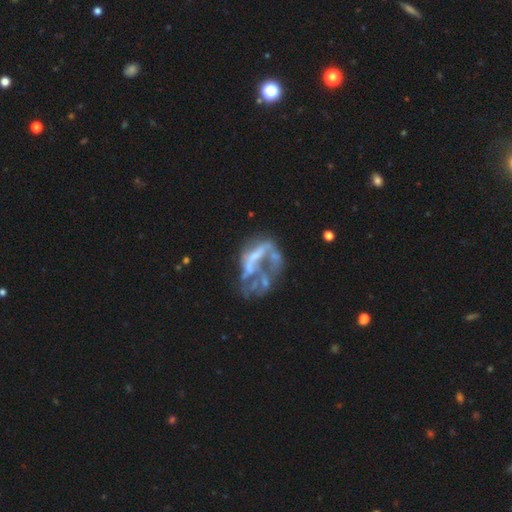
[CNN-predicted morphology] Smooth or featured? featured or disk (69%)
Edge-on disk? no (96%)
Bar? no (73%)
Spiral arms? no (79%)
Bulge size? none (62%)
Merging? major disturbance (41%)